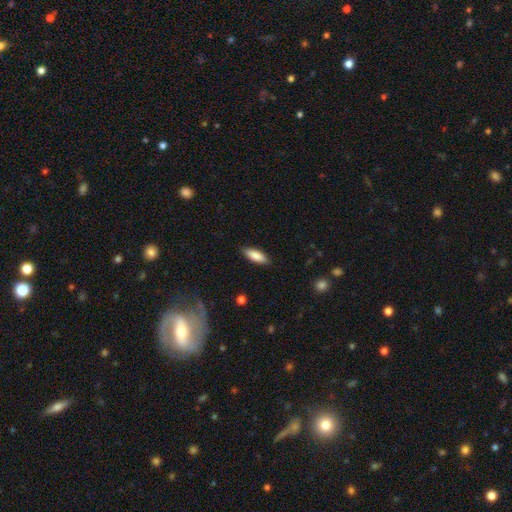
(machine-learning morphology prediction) Smooth or featured?
  - smooth: 83% *
  - featured or disk: 11%
  - star or artifact: 6%
How rounded?
  - in between: 64% *
  - cigar-shaped: 34%
  - round: 2%
Merging?
  - none: 87% *
  - minor disturbance: 10%
  - major disturbance: 2%
  - merger: 1%